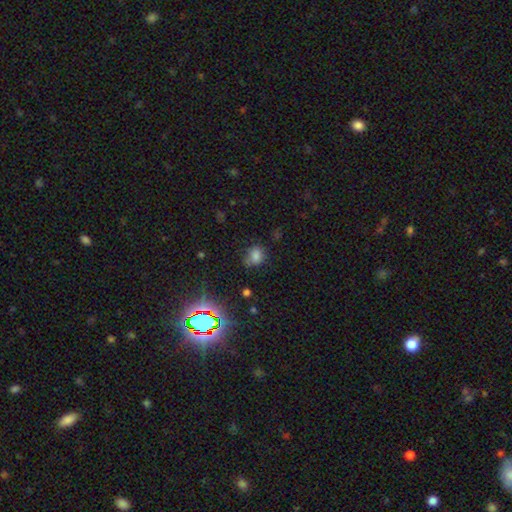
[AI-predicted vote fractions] smooth_or_featured: smooth (p=0.72) [alt: star or artifact p=0.20]
how_rounded: round (p=0.54) [alt: in between p=0.45]
merging: none (p=0.63) [alt: minor disturbance p=0.24]